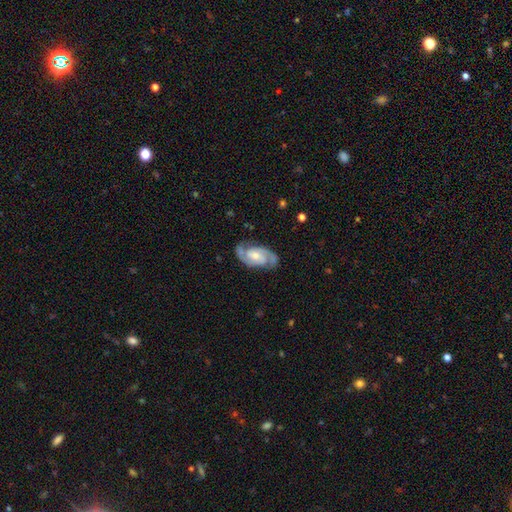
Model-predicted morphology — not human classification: Q: Smooth or featured?
A: featured or disk (88%); runner-up: smooth (8%)
Q: Edge-on disk?
A: no (97%); runner-up: yes (3%)
Q: Bar?
A: no (46%); runner-up: weak (41%)
Q: Spiral arms?
A: yes (97%); runner-up: no (3%)
Q: Spiral winding?
A: medium (51%); runner-up: tight (38%)
Q: Spiral arm count?
A: 2 (91%); runner-up: can't tell (3%)
Q: Bulge size?
A: moderate (45%); runner-up: small (41%)
Q: Merging?
A: none (79%); runner-up: minor disturbance (15%)